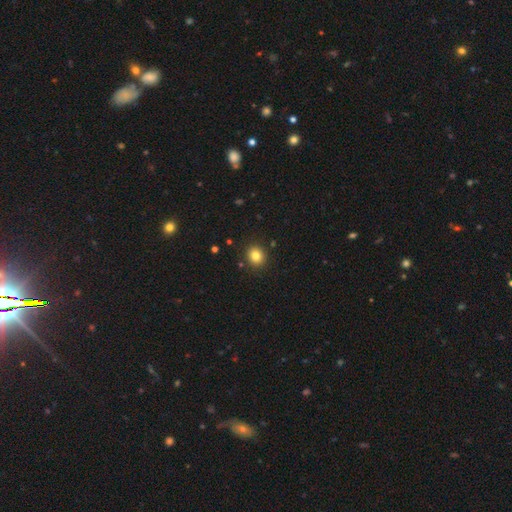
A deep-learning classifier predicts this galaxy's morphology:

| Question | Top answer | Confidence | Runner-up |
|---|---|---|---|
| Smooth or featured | smooth | 82% | star or artifact (12%) |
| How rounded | round | 80% | in between (19%) |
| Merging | none | 90% | minor disturbance (6%) |